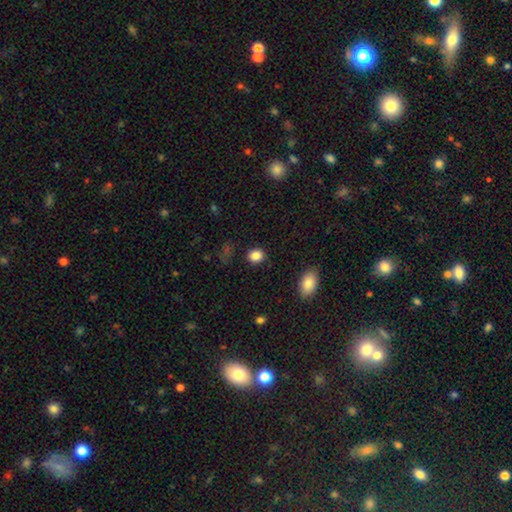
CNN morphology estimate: A smooth galaxy with no disk features (86%) that is round (67%).

Vote fractions:
- Smooth or featured? smooth: 86% / star or artifact: 10% / featured or disk: 4%
- How rounded? round: 67% / in between: 32% / cigar-shaped: 1%
- Merging? none: 88% / minor disturbance: 8% / major disturbance: 3% / merger: 1%